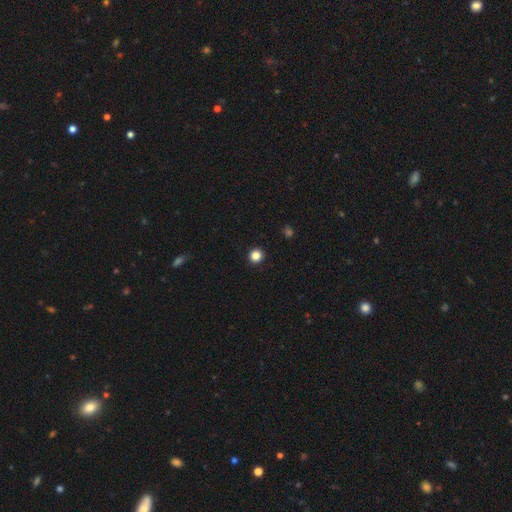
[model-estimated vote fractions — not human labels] A smooth galaxy with no disk features (85%) that is round (94%).

Vote fractions:
- Smooth or featured? smooth: 85% / star or artifact: 12% / featured or disk: 3%
- How rounded? round: 94% / in between: 5% / cigar-shaped: 1%
- Merging? none: 94% / minor disturbance: 4% / major disturbance: 1% / merger: 1%